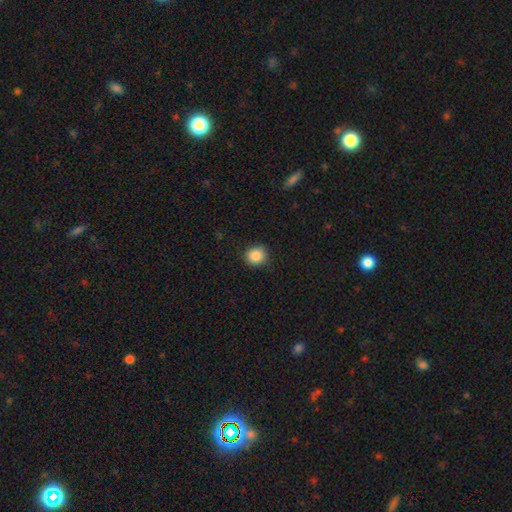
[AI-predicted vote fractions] A smooth galaxy with no disk features (87%) that is round (85%).

Vote fractions:
- Smooth or featured? smooth: 87% / star or artifact: 9% / featured or disk: 4%
- How rounded? round: 85% / in between: 15% / cigar-shaped: 1%
- Merging? none: 88% / minor disturbance: 8% / major disturbance: 2% / merger: 1%